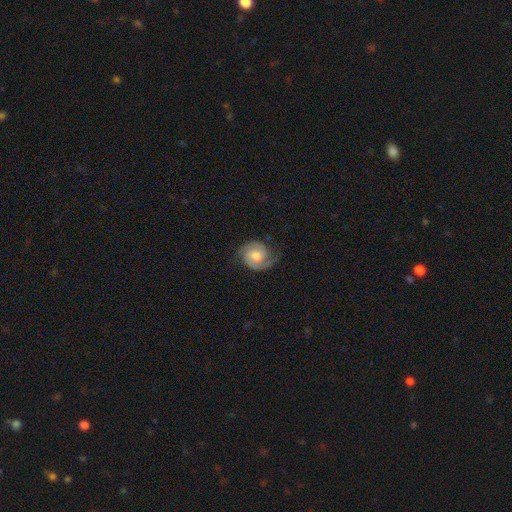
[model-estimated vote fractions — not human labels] A featured or disk galaxy (77%) with no bar (61%), 2 (87%) tight (47%) spiral arms (96%) and a moderate central bulge (50%). Merging: none (74%).